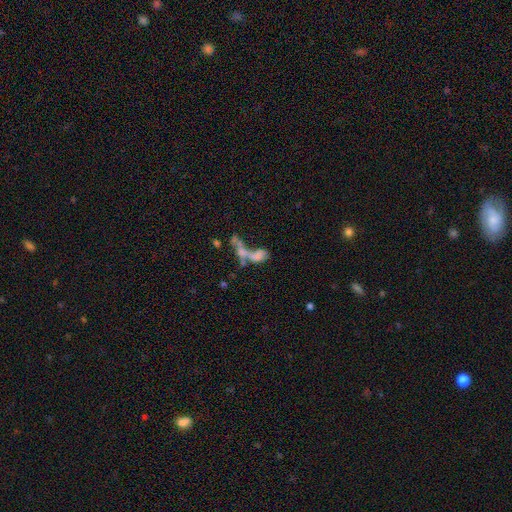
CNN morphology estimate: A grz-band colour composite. It shows a smooth galaxy with no disk features (42%, tied with featured or disk). Merging: merger (56%).